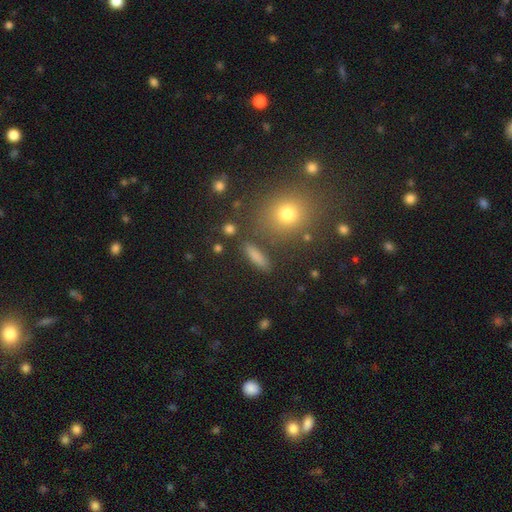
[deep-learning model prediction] smooth_or_featured: smooth (p=0.70) [alt: star or artifact p=0.17]
how_rounded: cigar-shaped (p=0.59) [alt: in between p=0.29]
merging: none (p=0.83) [alt: minor disturbance p=0.09]